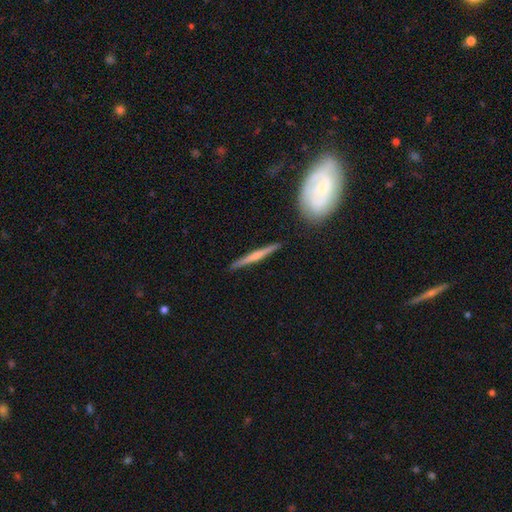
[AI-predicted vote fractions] Morphology: type=featured or disk (55%); edge-on=yes (97%); edge-on bulge=none (46%); merging=none (90%).